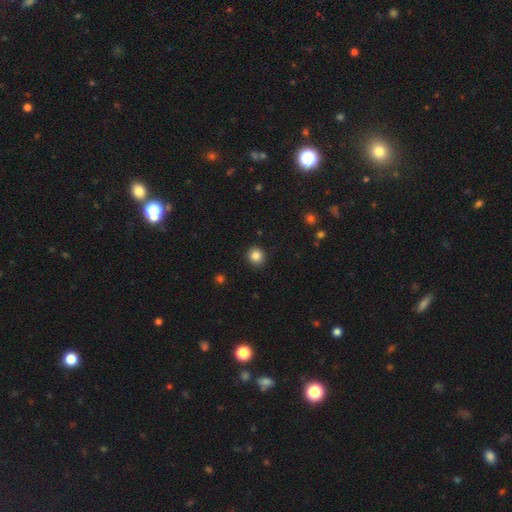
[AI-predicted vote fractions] smooth_or_featured: smooth (p=0.85) [alt: star or artifact p=0.11]
how_rounded: round (p=0.89) [alt: in between p=0.10]
merging: none (p=0.91) [alt: minor disturbance p=0.06]